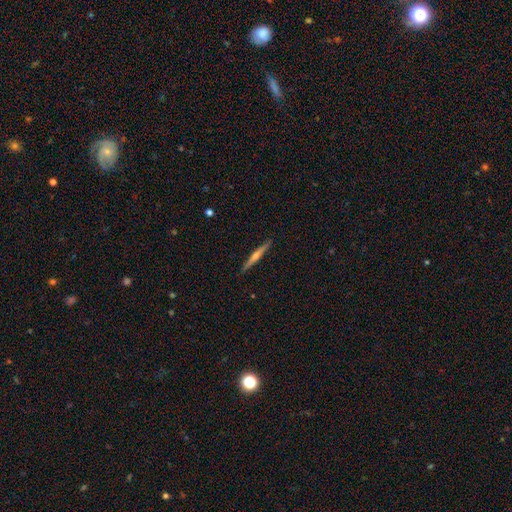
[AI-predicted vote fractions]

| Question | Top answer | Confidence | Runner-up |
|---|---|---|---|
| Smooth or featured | featured or disk | 65% | smooth (29%) |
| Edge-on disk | yes | 98% | no (2%) |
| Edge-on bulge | rounded | 78% | none (15%) |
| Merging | none | 91% | minor disturbance (6%) |